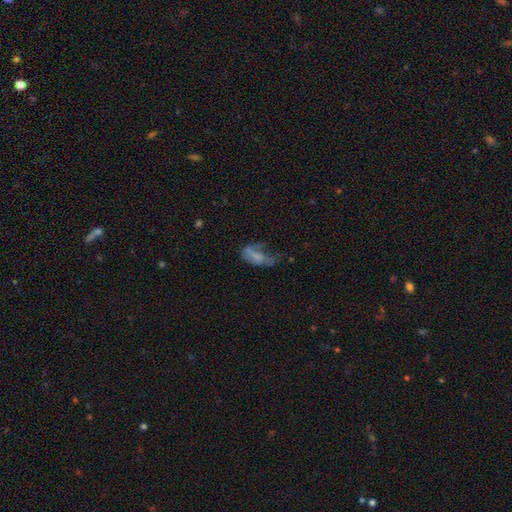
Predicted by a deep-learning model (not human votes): A smooth galaxy with no disk features (53%) that is in between round and cigar-shaped (82%).

Vote fractions:
- Smooth or featured? smooth: 53% / featured or disk: 34% / star or artifact: 13%
- How rounded? in between: 82% / cigar-shaped: 13% / round: 5%
- Merging? major disturbance: 48% / minor disturbance: 24% / none: 22% / merger: 6%